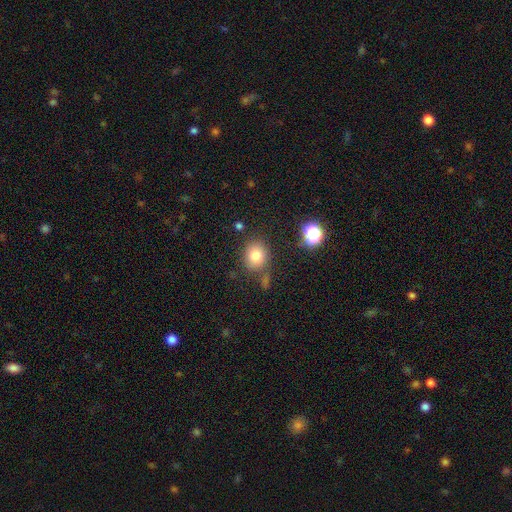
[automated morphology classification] Smooth or featured?
  - smooth: 80% *
  - star or artifact: 12%
  - featured or disk: 8%
How rounded?
  - round: 71% *
  - in between: 28%
  - cigar-shaped: 1%
Merging?
  - none: 76% *
  - minor disturbance: 13%
  - merger: 6%
  - major disturbance: 4%